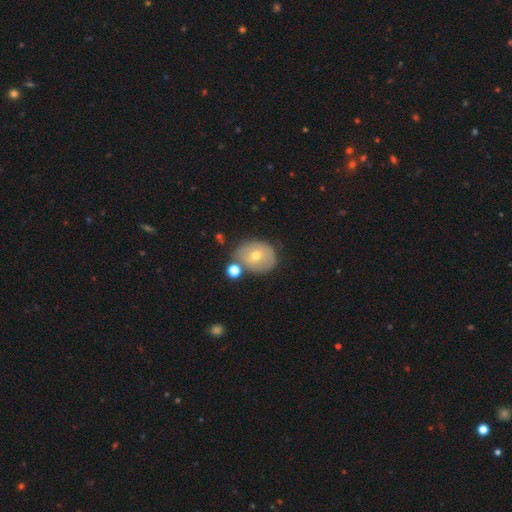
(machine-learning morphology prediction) smooth_or_featured: smooth (p=0.57) [alt: featured or disk p=0.32]
how_rounded: round (p=0.57) [alt: in between p=0.42]
merging: none (p=0.64) [alt: minor disturbance p=0.18]